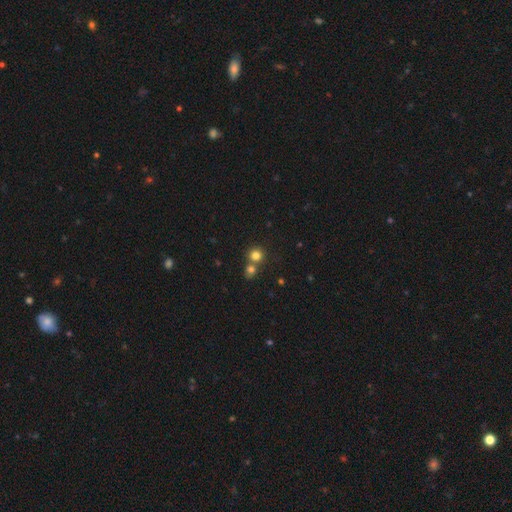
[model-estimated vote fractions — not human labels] smooth 79%, star or artifact 14%, featured or disk 8%. Down the decision tree: how rounded — round (88%); merging — none (54%).